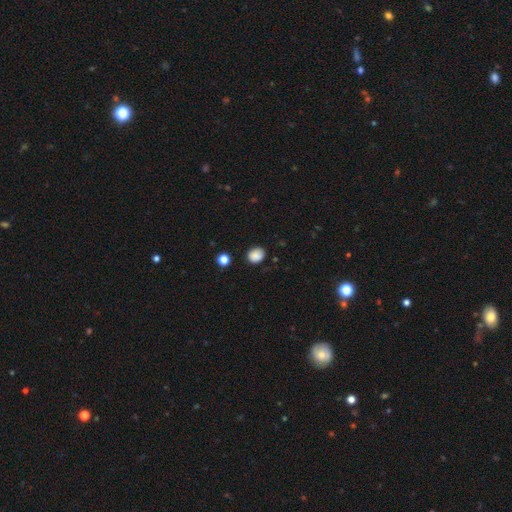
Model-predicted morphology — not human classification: Q: Smooth or featured?
A: smooth (86%); runner-up: star or artifact (10%)
Q: How rounded?
A: round (58%); runner-up: in between (41%)
Q: Merging?
A: none (83%); runner-up: minor disturbance (13%)